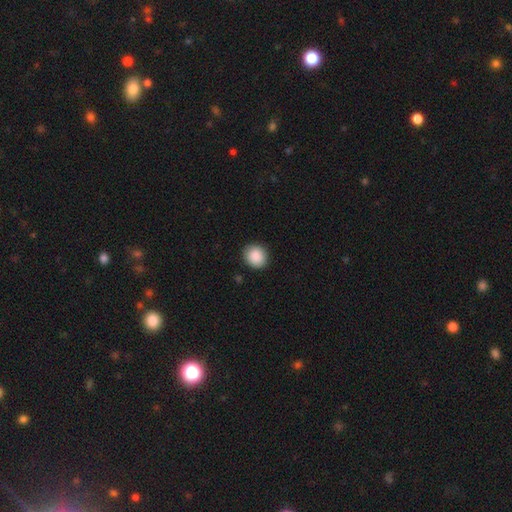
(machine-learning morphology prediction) Smooth or featured: smooth — 89% (star or artifact — 8%)
How rounded: round — 81% (in between — 18%)
Merging: none — 89% (minor disturbance — 8%)